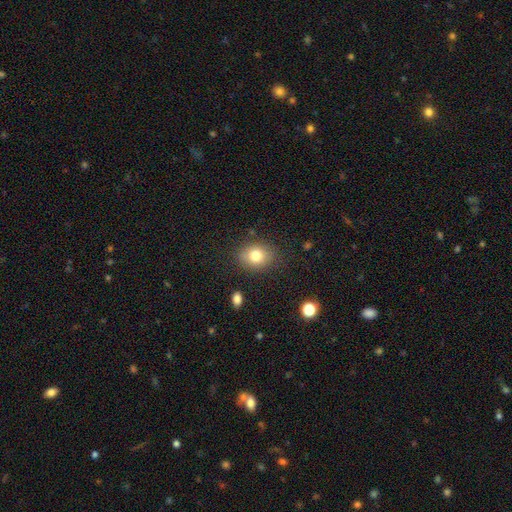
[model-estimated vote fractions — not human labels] Smooth or featured? Predicted: smooth (p=0.79). How rounded? Predicted: in between (p=0.52). Merging? Predicted: none (p=0.82).